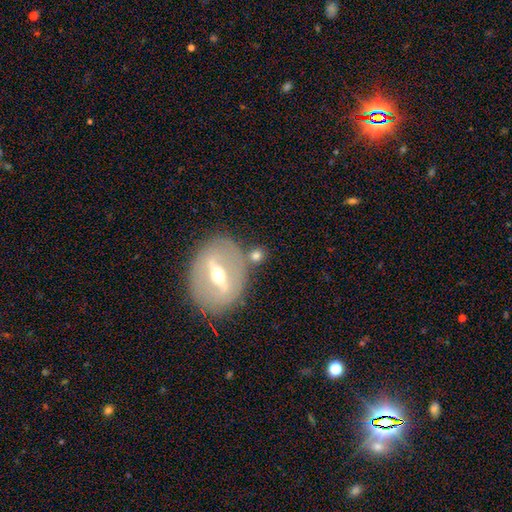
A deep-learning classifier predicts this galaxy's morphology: smooth_or_featured: smooth (p=0.54) [alt: featured or disk p=0.37]
how_rounded: round (p=0.73) [alt: in between p=0.22]
merging: none (p=0.70) [alt: merger p=0.14]